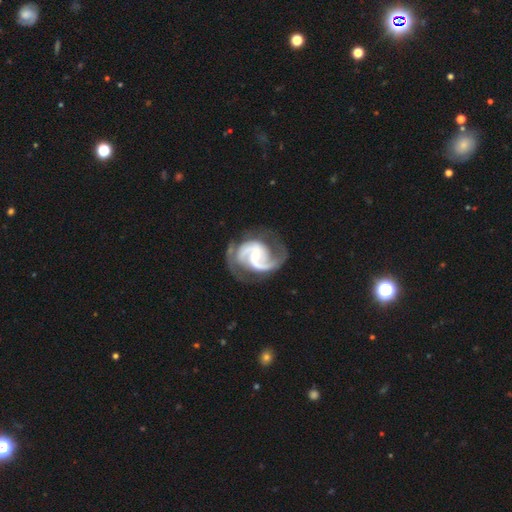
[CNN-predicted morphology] featured or disk 93%, star or artifact 4%, smooth 3%. Down the decision tree: edge-on disk — no (98%); bar — weak (44%); spiral arms — yes (98%); spiral arm count — 2 (84%); spiral winding — medium (57%); bulge size — moderate (48%, tied with small); merging — none (68%).